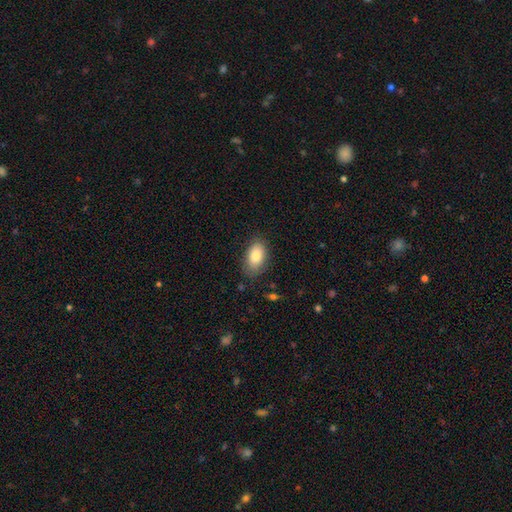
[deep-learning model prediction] smooth_or_featured: smooth (p=0.83) [alt: featured or disk p=0.10]
how_rounded: in between (p=0.92) [alt: round p=0.06]
merging: none (p=0.79) [alt: minor disturbance p=0.16]